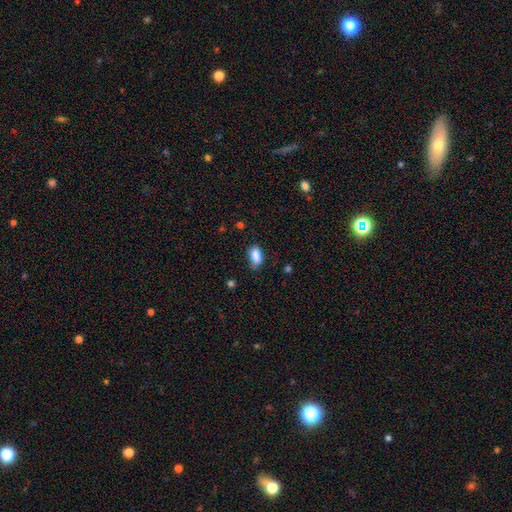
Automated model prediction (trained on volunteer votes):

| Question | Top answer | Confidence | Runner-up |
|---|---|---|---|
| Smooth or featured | smooth | 86% | star or artifact (8%) |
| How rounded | in between | 89% | round (6%) |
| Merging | none | 69% | minor disturbance (24%) |